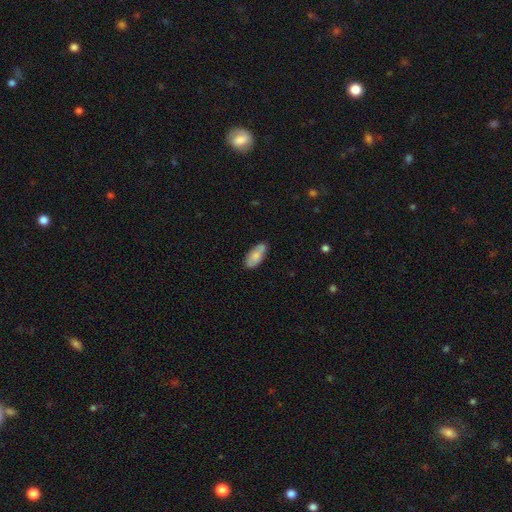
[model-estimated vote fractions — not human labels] smooth-or-featured: smooth: 74% | featured or disk: 20% | star or artifact: 6%
  how-rounded: in between: 86% | cigar-shaped: 11% | round: 2%
  merging: none: 75% | minor disturbance: 19% | major disturbance: 3% | merger: 2%